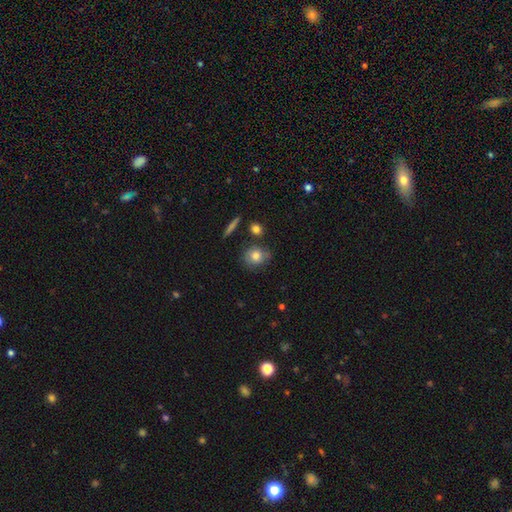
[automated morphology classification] Smooth or featured? Predicted: smooth (p=0.75). How rounded? Predicted: round (p=0.69). Merging? Predicted: none (p=0.68).